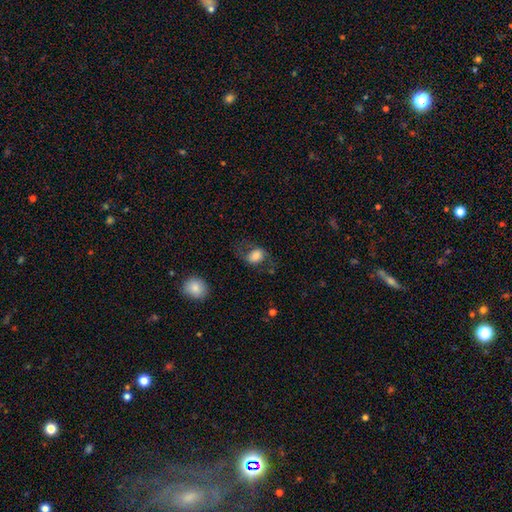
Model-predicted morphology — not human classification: Q: Smooth or featured?
A: smooth (59%); runner-up: featured or disk (32%)
Q: How rounded?
A: in between (64%); runner-up: round (35%)
Q: Merging?
A: none (57%); runner-up: major disturbance (20%)